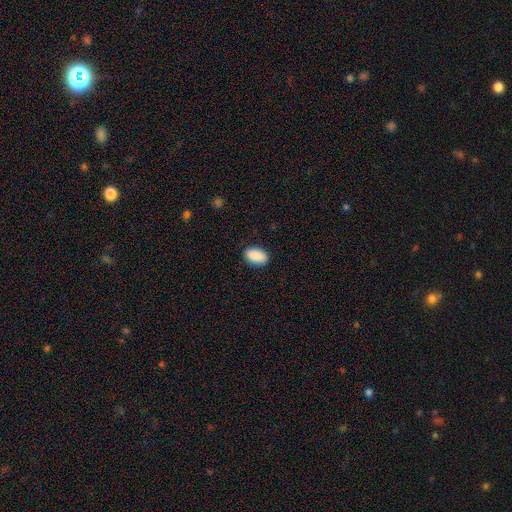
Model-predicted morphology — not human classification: Smooth or featured?
  - smooth: 91% *
  - star or artifact: 7%
  - featured or disk: 3%
How rounded?
  - in between: 92% *
  - round: 7%
  - cigar-shaped: 1%
Merging?
  - none: 88% *
  - minor disturbance: 9%
  - major disturbance: 2%
  - merger: 1%